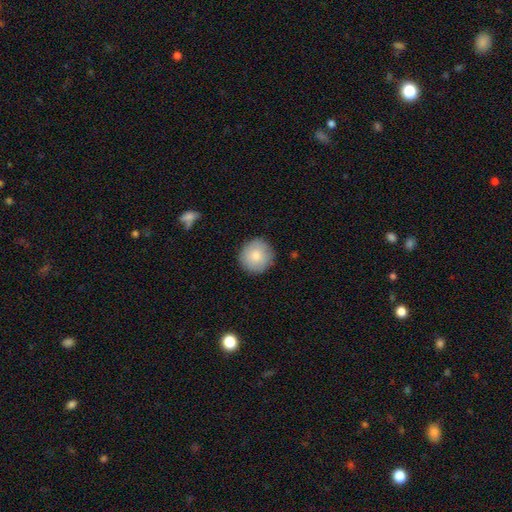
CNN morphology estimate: Smooth or featured?
  - smooth: 82% *
  - featured or disk: 12%
  - star or artifact: 6%
How rounded?
  - round: 94% *
  - in between: 5%
  - cigar-shaped: 1%
Merging?
  - none: 89% *
  - minor disturbance: 8%
  - major disturbance: 2%
  - merger: 1%